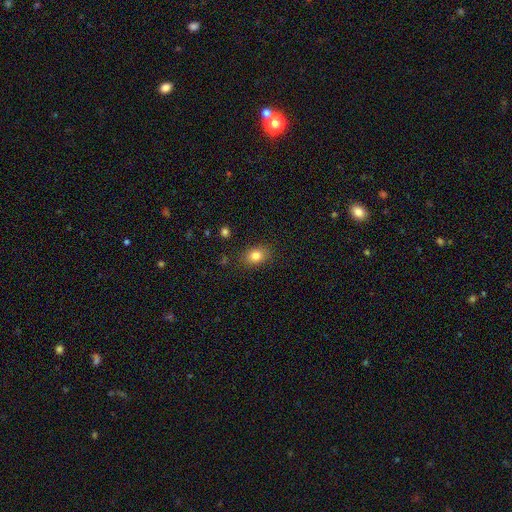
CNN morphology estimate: A smooth galaxy with no disk features (82%) that is in between round and cigar-shaped (65%).

Vote fractions:
- Smooth or featured? smooth: 82% / star or artifact: 10% / featured or disk: 8%
- How rounded? in between: 65% / round: 33% / cigar-shaped: 1%
- Merging? none: 85% / minor disturbance: 11% / major disturbance: 3% / merger: 2%